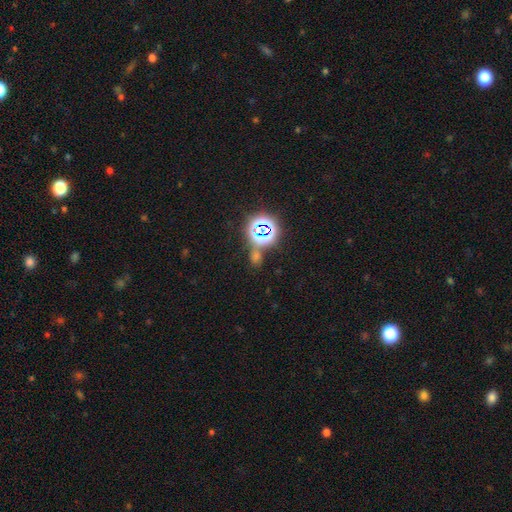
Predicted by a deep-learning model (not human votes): Morphology: type=star or artifact (62%).